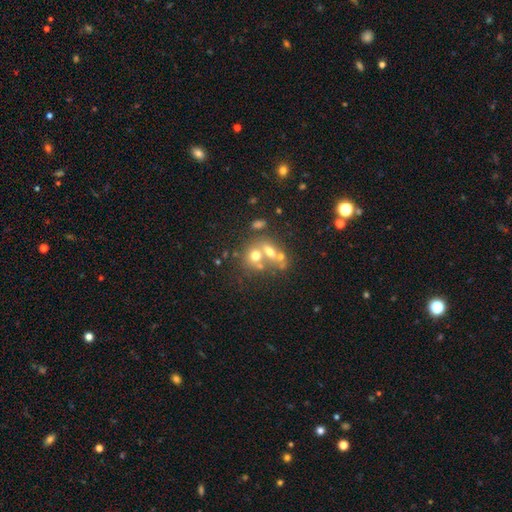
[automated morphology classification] A smooth galaxy with no disk features (57%) that is round (63%).

Vote fractions:
- Smooth or featured? smooth: 57% / featured or disk: 26% / star or artifact: 16%
- How rounded? round: 63% / in between: 35% / cigar-shaped: 2%
- Merging? merger: 50% / none: 35% / minor disturbance: 9% / major disturbance: 6%